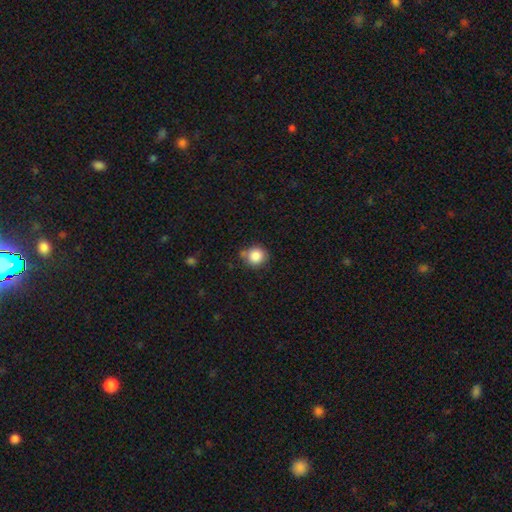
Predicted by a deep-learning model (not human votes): A smooth galaxy with no disk features (86%) that is round (90%).

Vote fractions:
- Smooth or featured? smooth: 86% / star or artifact: 10% / featured or disk: 5%
- How rounded? round: 90% / in between: 9% / cigar-shaped: 1%
- Merging? none: 71% / minor disturbance: 16% / merger: 8% / major disturbance: 4%